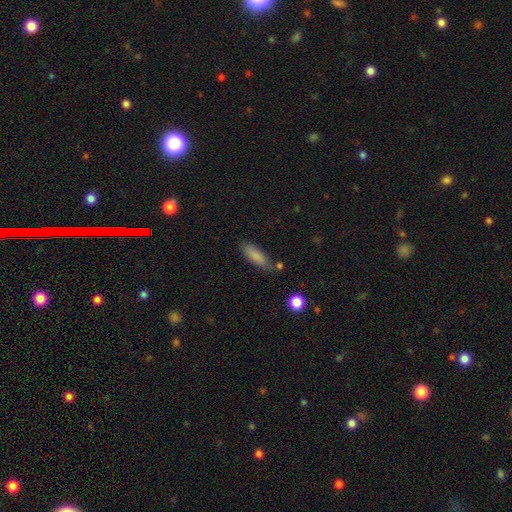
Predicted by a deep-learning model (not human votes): Smooth or featured?
  - smooth: 84% *
  - featured or disk: 9%
  - star or artifact: 7%
How rounded?
  - in between: 55% *
  - cigar-shaped: 43%
  - round: 2%
Merging?
  - none: 72% *
  - minor disturbance: 18%
  - merger: 6%
  - major disturbance: 4%